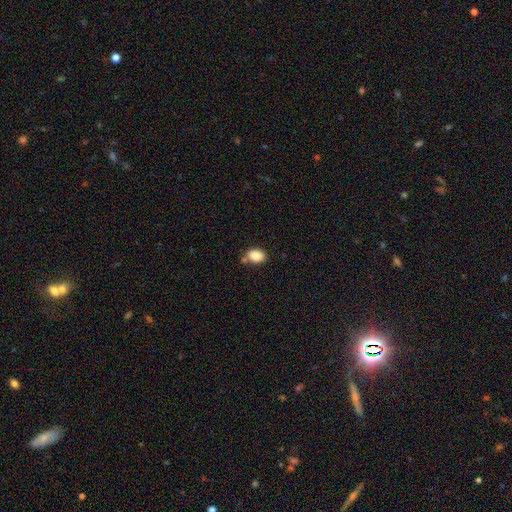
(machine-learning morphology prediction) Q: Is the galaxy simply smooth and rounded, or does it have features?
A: smooth — 87%.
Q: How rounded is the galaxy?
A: in between — 80%.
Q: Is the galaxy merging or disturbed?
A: none — 69%.